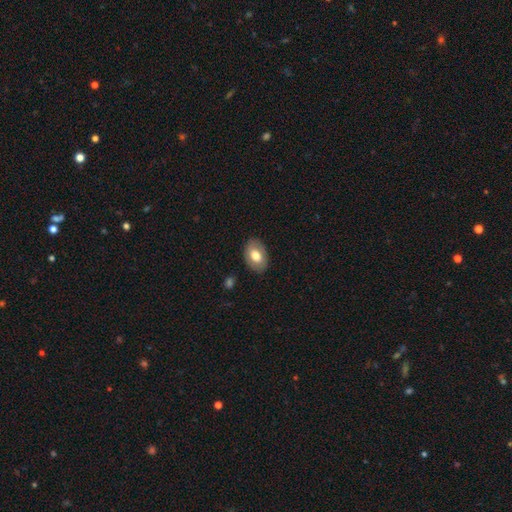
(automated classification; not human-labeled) smooth-or-featured: smooth: 68% | featured or disk: 26% | star or artifact: 7%
  how-rounded: in between: 86% | round: 13% | cigar-shaped: 1%
  merging: none: 85% | minor disturbance: 11% | major disturbance: 3% | merger: 1%